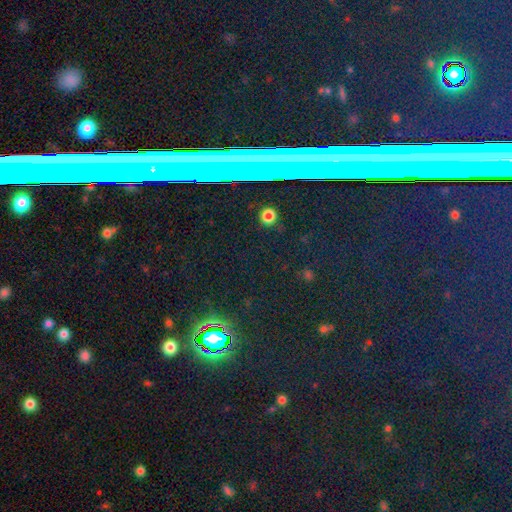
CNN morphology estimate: Smooth or featured: star or artifact — 70% (smooth — 16%)